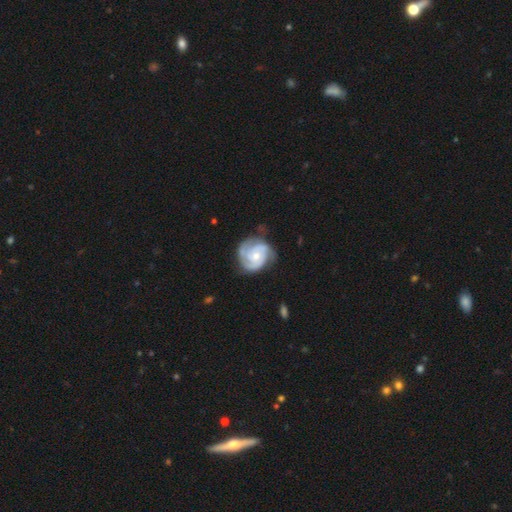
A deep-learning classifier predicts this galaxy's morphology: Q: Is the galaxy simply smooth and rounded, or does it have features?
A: featured or disk — 87%.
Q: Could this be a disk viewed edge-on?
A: no — 98%.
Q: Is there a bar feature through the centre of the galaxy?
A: no — 72%.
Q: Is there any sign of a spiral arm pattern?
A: yes — 97%.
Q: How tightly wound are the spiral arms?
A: tight — 63%.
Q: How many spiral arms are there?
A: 3 — 39%, tied with 2.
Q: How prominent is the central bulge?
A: small — 49%.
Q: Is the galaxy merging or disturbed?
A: none — 68%.